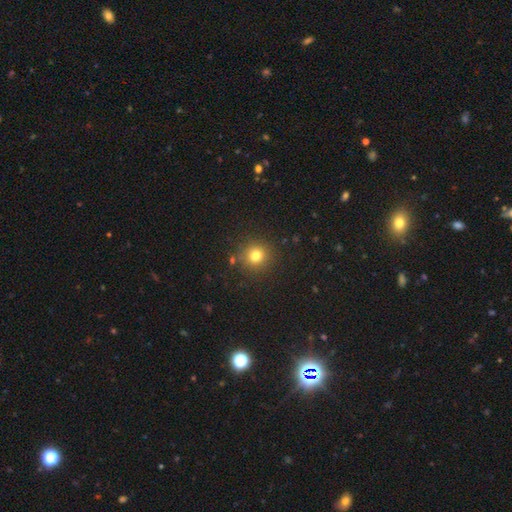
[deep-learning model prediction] The model was most divided on "smooth or featured": smooth: 78%, star or artifact: 15%, featured or disk: 7%. More confident: how rounded — round (92%); merging — none (87%).